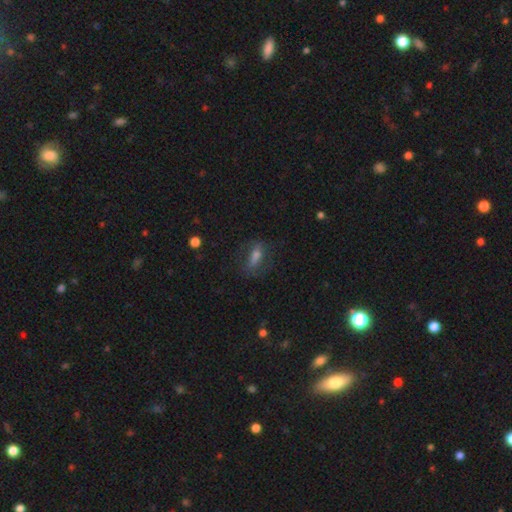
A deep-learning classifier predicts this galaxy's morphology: Overall: smooth (52%; featured or disk 30%). How rounded: in between (55%; cigar-shaped 36%). Merging: none (67%).